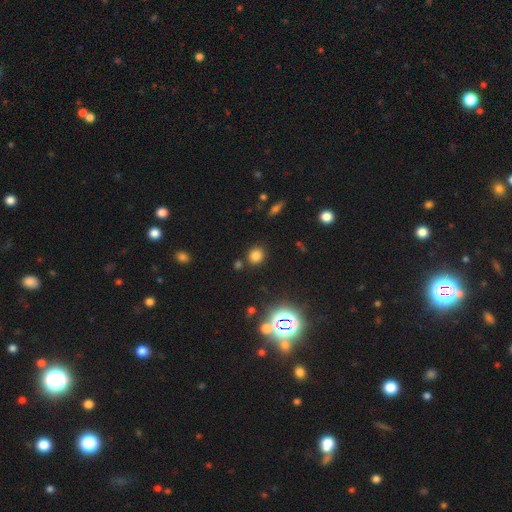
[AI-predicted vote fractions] A smooth galaxy with no disk features (75%) that is round (82%).

Vote fractions:
- Smooth or featured? smooth: 75% / star or artifact: 19% / featured or disk: 6%
- How rounded? round: 82% / in between: 17% / cigar-shaped: 1%
- Merging? none: 83% / minor disturbance: 8% / merger: 5% / major disturbance: 3%